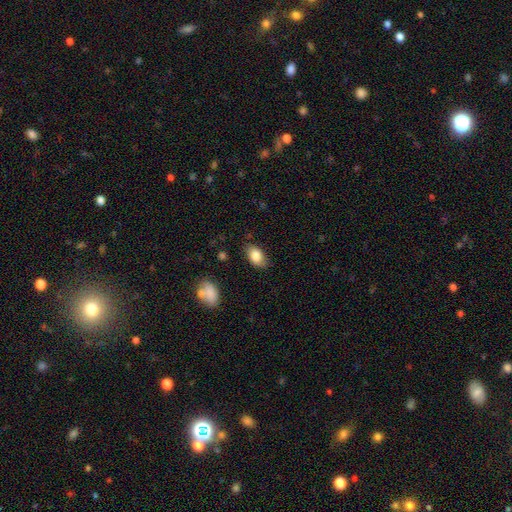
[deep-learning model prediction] Smooth or featured?
  - smooth: 83% *
  - featured or disk: 9%
  - star or artifact: 7%
How rounded?
  - in between: 90% *
  - round: 9%
  - cigar-shaped: 2%
Merging?
  - none: 80% *
  - minor disturbance: 16%
  - major disturbance: 3%
  - merger: 2%